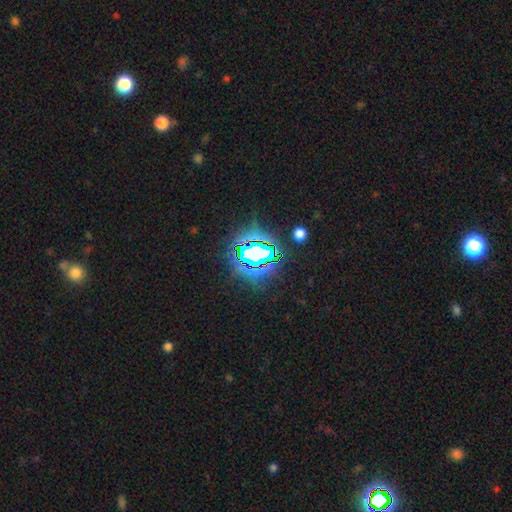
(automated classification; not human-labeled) The model was most divided on "smooth or featured": star or artifact: 73%, smooth: 15%, featured or disk: 12%.